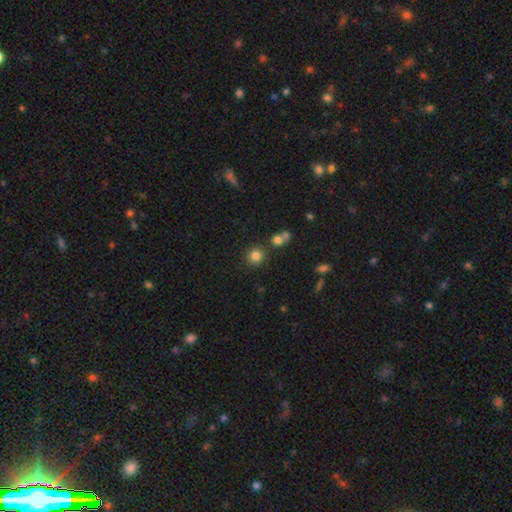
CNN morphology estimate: type=smooth (82%); roundness=round (89%); merging=none (80%).